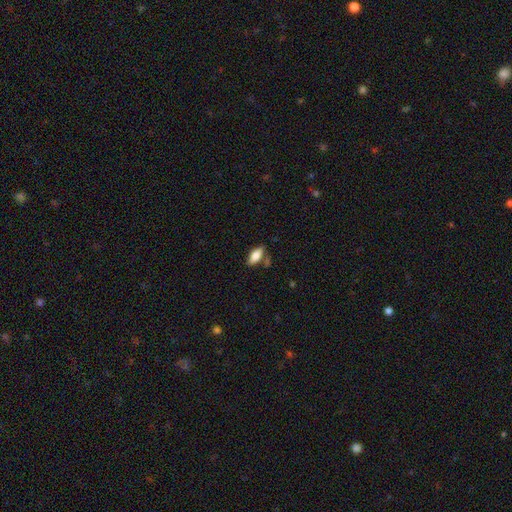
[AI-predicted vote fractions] smooth 78%, featured or disk 15%, star or artifact 7%. Down the decision tree: how rounded — in between (85%); merging — none (74%).